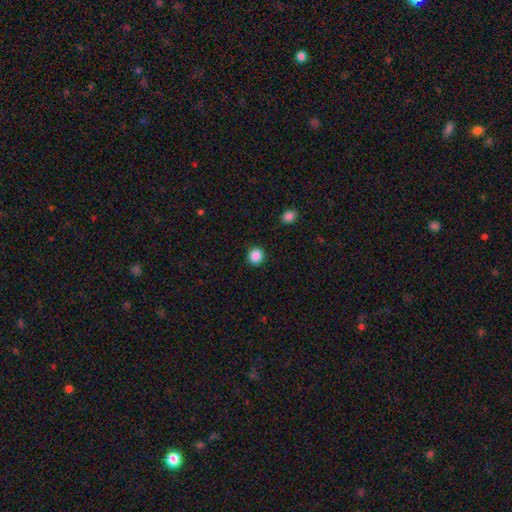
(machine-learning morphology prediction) Smooth or featured? Predicted: smooth (p=0.87). How rounded? Predicted: round (p=0.87). Merging? Predicted: none (p=0.90).